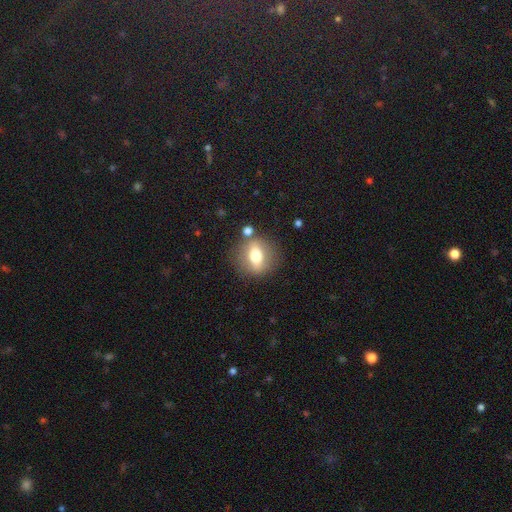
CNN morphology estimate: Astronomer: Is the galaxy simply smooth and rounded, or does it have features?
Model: smooth — 57% (runner-up: featured or disk, 34%).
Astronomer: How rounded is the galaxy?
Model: round — 53% (runner-up: in between, 42%).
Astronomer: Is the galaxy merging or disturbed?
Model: none — 81%.